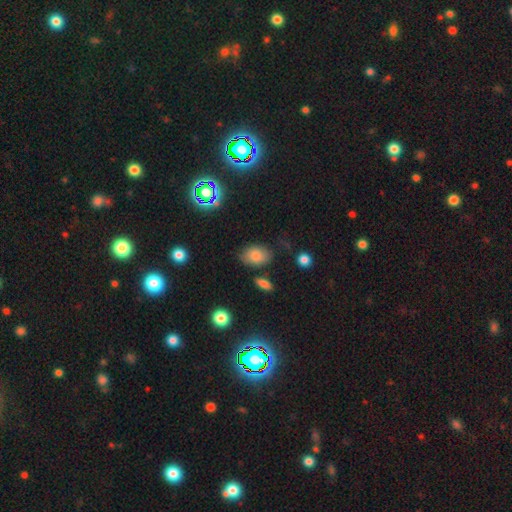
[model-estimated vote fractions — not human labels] Smooth or featured?
  - smooth: 79% *
  - star or artifact: 11%
  - featured or disk: 10%
How rounded?
  - in between: 85% *
  - round: 13%
  - cigar-shaped: 1%
Merging?
  - none: 71% *
  - minor disturbance: 19%
  - major disturbance: 5%
  - merger: 5%